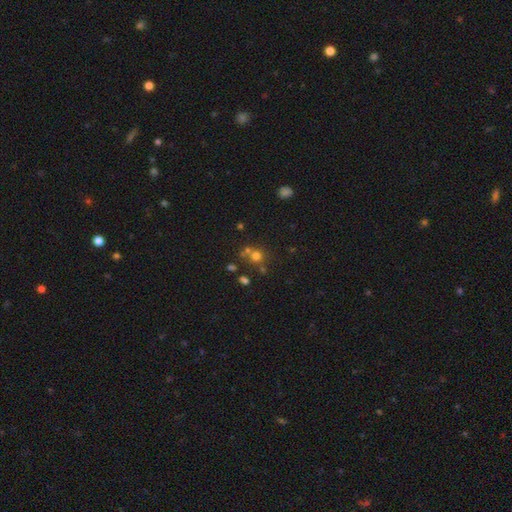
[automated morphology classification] Smooth or featured? smooth (62%)
How rounded? round (87%)
Merging? none (58%)